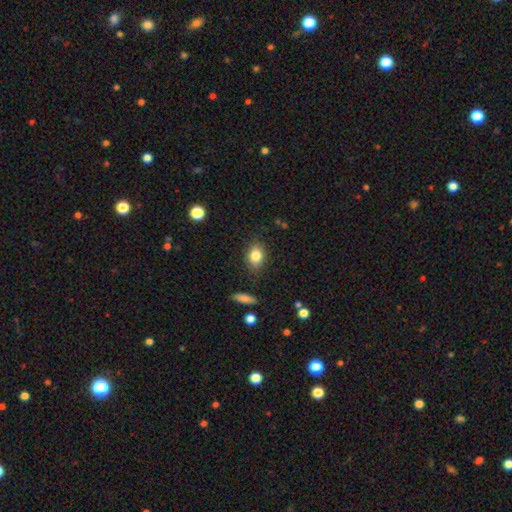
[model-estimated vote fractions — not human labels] A smooth galaxy with no disk features (82%) that is in between round and cigar-shaped (70%).

Vote fractions:
- Smooth or featured? smooth: 82% / star or artifact: 9% / featured or disk: 9%
- How rounded? in between: 70% / round: 28% / cigar-shaped: 2%
- Merging? none: 82% / minor disturbance: 13% / major disturbance: 3% / merger: 2%